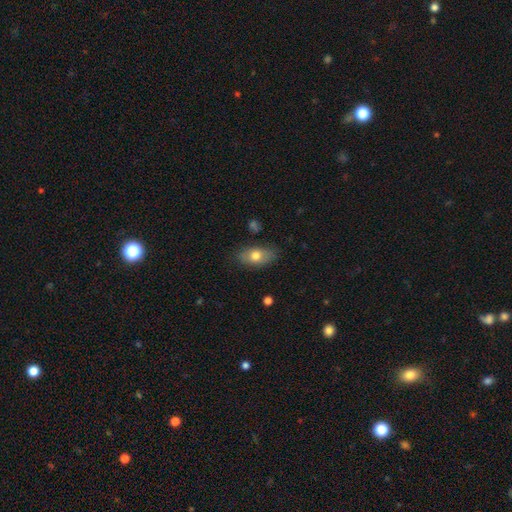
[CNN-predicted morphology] A smooth galaxy with no disk features (73%) that is in between round and cigar-shaped (89%).

Vote fractions:
- Smooth or featured? smooth: 73% / featured or disk: 20% / star or artifact: 7%
- How rounded? in between: 89% / round: 7% / cigar-shaped: 4%
- Merging? none: 79% / minor disturbance: 16% / major disturbance: 3% / merger: 2%